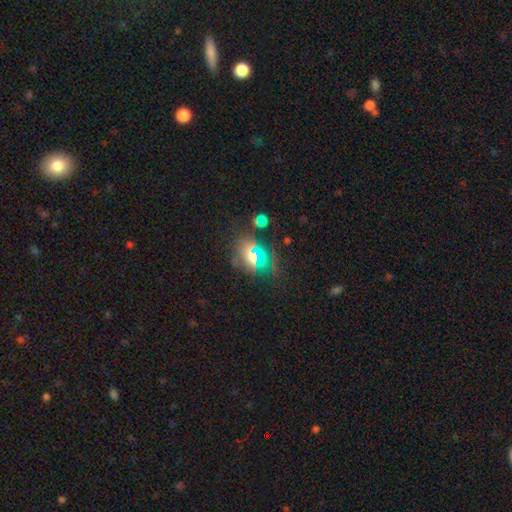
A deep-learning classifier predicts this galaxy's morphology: Smooth or featured?
  - smooth: 51% *
  - star or artifact: 33%
  - featured or disk: 15%
How rounded?
  - in between: 52% *
  - round: 45%
  - cigar-shaped: 3%
Merging?
  - none: 72% *
  - minor disturbance: 15%
  - major disturbance: 7%
  - merger: 6%